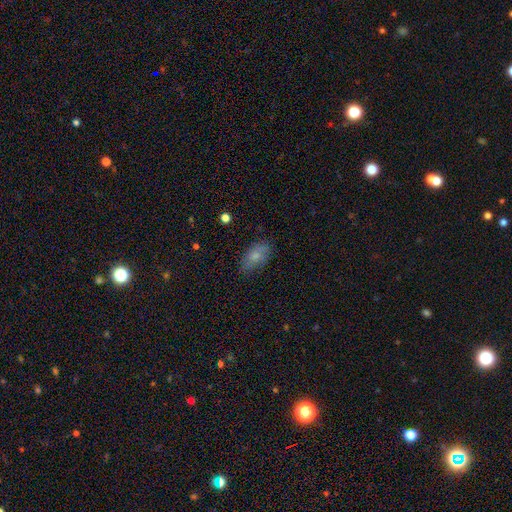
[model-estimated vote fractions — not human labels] Overall: smooth (76%). How rounded: in between (91%). Merging: none (76%).